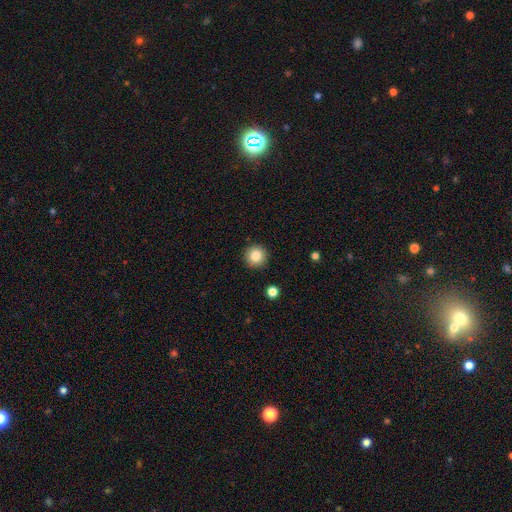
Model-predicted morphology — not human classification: smooth-or-featured: smooth: 84% | star or artifact: 10% | featured or disk: 6%
  how-rounded: round: 96% | in between: 4% | cigar-shaped: 1%
  merging: none: 92% | minor disturbance: 5% | major disturbance: 2% | merger: 1%